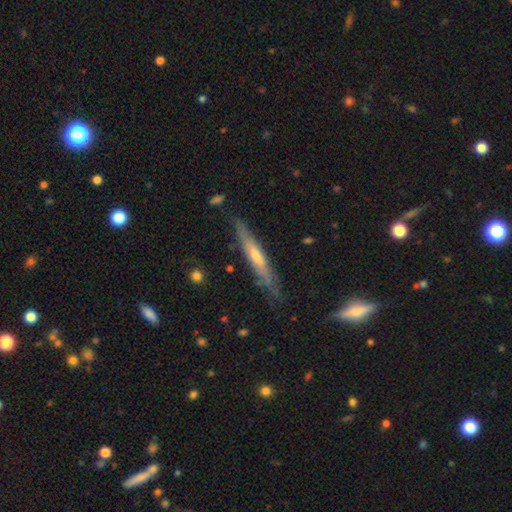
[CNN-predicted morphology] Smooth or featured? featured or disk (56%)
Edge-on disk? yes (86%)
Merging? none (77%)